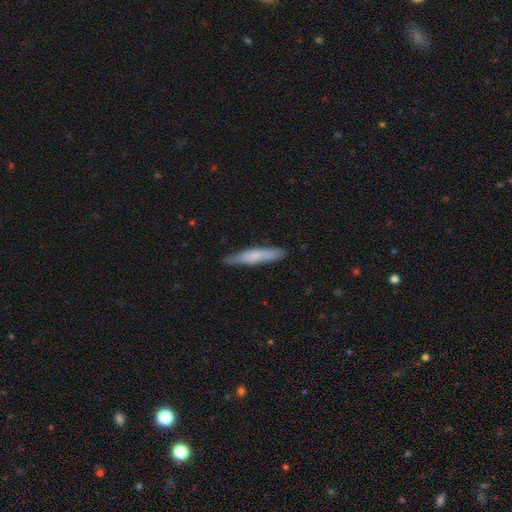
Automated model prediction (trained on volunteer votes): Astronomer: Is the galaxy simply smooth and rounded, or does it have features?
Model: smooth — 65%.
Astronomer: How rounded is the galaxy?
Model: cigar-shaped — 91%.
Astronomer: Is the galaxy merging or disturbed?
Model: none — 82%.